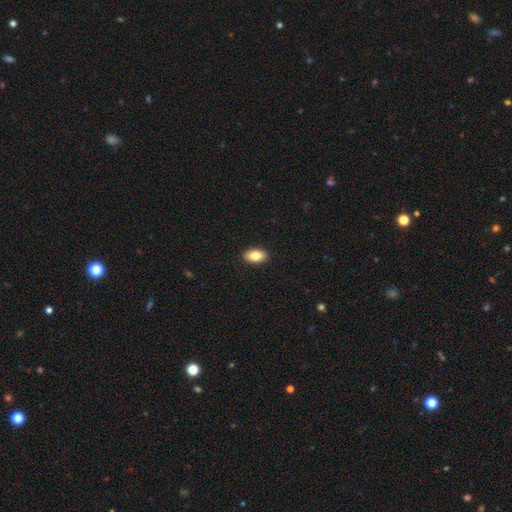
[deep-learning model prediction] smooth 81%, featured or disk 11%, star or artifact 7%. Down the decision tree: how rounded — in between (91%); merging — none (90%).